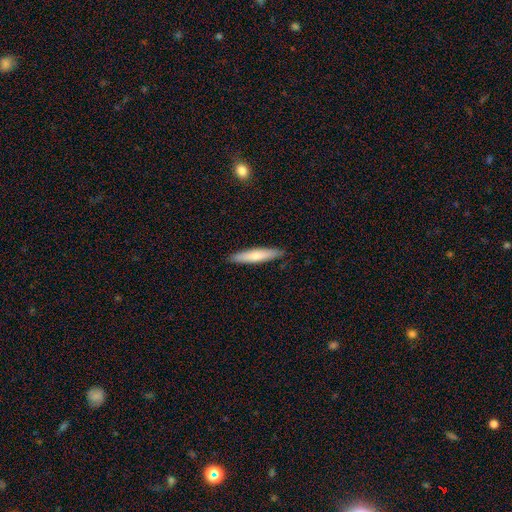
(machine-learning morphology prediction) smooth_or_featured: smooth (p=0.68) [alt: featured or disk p=0.26]
how_rounded: cigar-shaped (p=0.86) [alt: in between p=0.12]
merging: none (p=0.89) [alt: minor disturbance p=0.08]